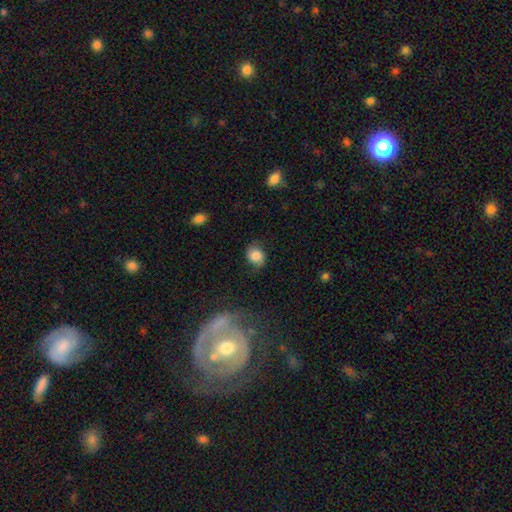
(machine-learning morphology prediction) A smooth galaxy with no disk features (78%) that is round (56%). Merging: none (71%).